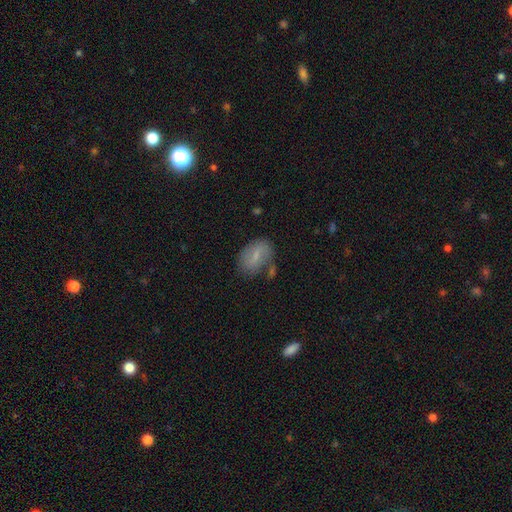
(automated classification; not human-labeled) Q: Smooth or featured?
A: smooth (66%); runner-up: featured or disk (25%)
Q: How rounded?
A: in between (83%); runner-up: round (14%)
Q: Merging?
A: none (60%); runner-up: minor disturbance (22%)